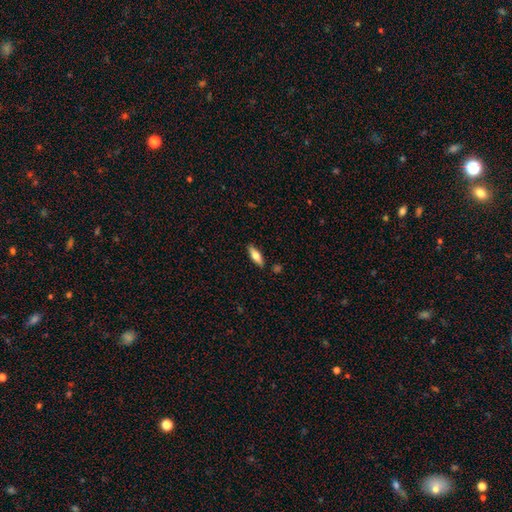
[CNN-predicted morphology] smooth-or-featured: smooth: 60% | featured or disk: 34% | star or artifact: 6%
  how-rounded: in between: 56% | cigar-shaped: 42% | round: 2%
  merging: none: 88% | minor disturbance: 9% | major disturbance: 2% | merger: 2%